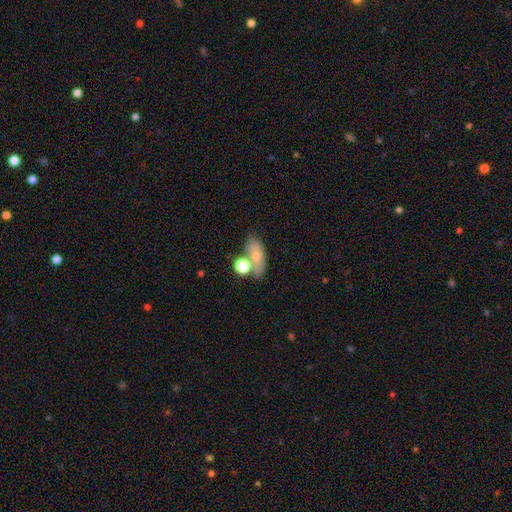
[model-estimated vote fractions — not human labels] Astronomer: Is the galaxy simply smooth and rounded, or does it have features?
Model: smooth — 70%.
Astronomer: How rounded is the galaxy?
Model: in between — 74%.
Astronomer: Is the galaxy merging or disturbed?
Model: none — 49% (runner-up: merger, 28%).